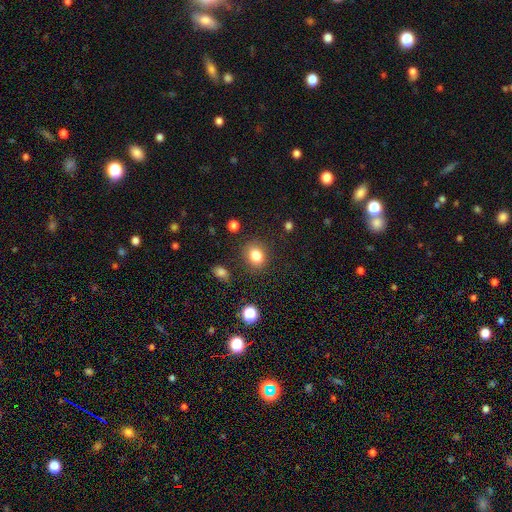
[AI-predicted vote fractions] The model was most divided on "how rounded": round: 68%, in between: 31%, cigar-shaped: 1%. More confident: merging — none (84%); smooth or featured — smooth (82%).